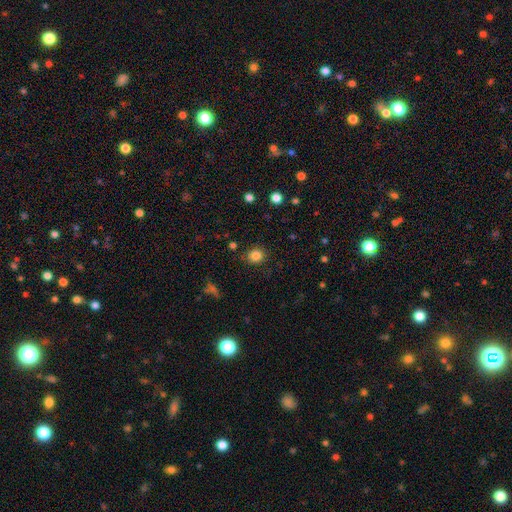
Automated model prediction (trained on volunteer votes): Overall: smooth (84%). How rounded: round (80%). Merging: none (87%).